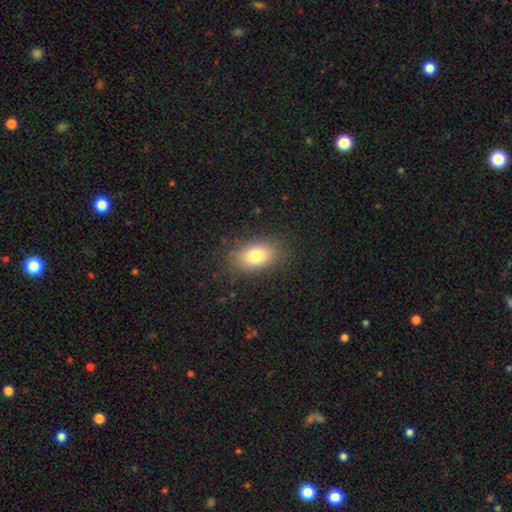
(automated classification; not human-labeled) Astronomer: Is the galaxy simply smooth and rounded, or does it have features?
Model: smooth — 79%.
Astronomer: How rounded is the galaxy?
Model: in between — 84%.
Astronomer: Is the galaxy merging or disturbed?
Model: none — 84%.